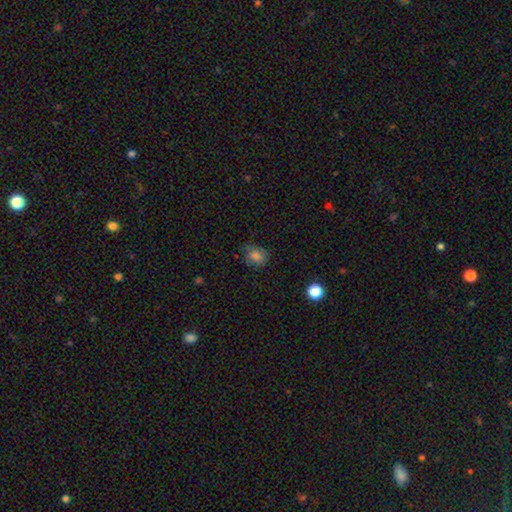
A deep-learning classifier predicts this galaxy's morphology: A smooth galaxy with no disk features (79%) that is round (66%).

Vote fractions:
- Smooth or featured? smooth: 79% / star or artifact: 11% / featured or disk: 10%
- How rounded? round: 66% / in between: 33% / cigar-shaped: 1%
- Merging? none: 70% / minor disturbance: 23% / major disturbance: 6% / merger: 1%